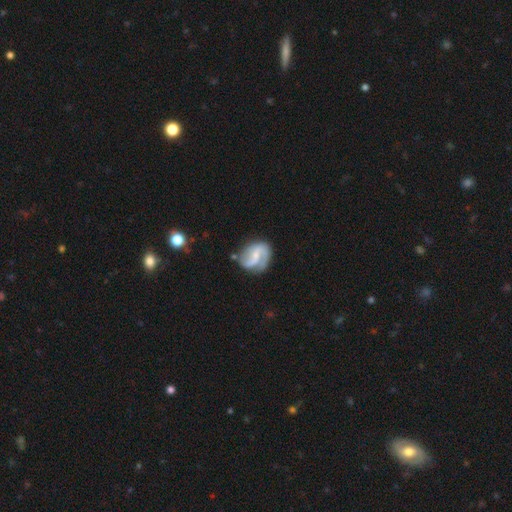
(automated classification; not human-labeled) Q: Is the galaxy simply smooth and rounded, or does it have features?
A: featured or disk — 84%.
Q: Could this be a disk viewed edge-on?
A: no — 98%.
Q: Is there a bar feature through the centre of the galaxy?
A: weak — 49%.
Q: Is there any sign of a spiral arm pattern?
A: yes — 95%.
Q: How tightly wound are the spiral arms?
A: medium — 44%.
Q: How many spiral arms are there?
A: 2 — 83%.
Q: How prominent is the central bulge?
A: small — 58%.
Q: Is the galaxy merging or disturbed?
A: none — 65%.